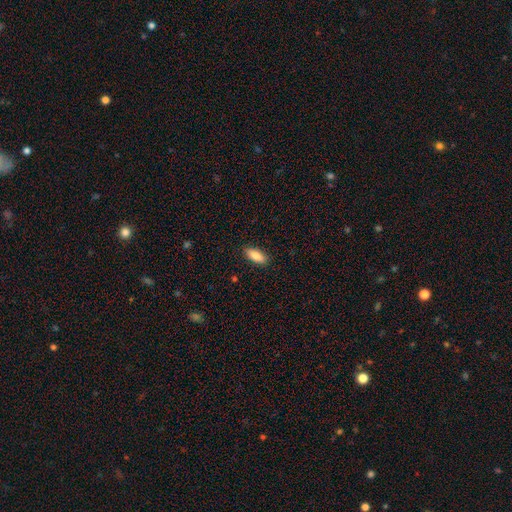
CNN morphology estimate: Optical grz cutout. It shows a smooth galaxy with no disk features (87%) that is in between round and cigar-shaped (80%). Merging: none (89%).